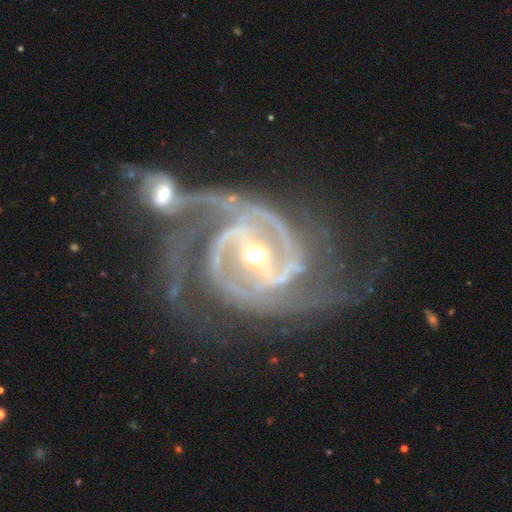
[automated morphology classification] This appears to be a featured or disk galaxy (93%) with a strong bar (56%), 2 (65%) medium (46%) spiral arms (98%) and a moderate central bulge (65%). Merging: merger (36%).